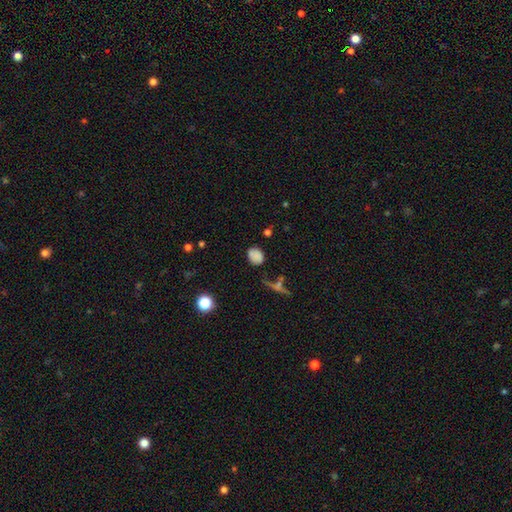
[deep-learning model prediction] smooth-or-featured: smooth: 75% | star or artifact: 15% | featured or disk: 11%
  how-rounded: in between: 54% | round: 44% | cigar-shaped: 2%
  merging: none: 68% | minor disturbance: 21% | major disturbance: 7% | merger: 4%